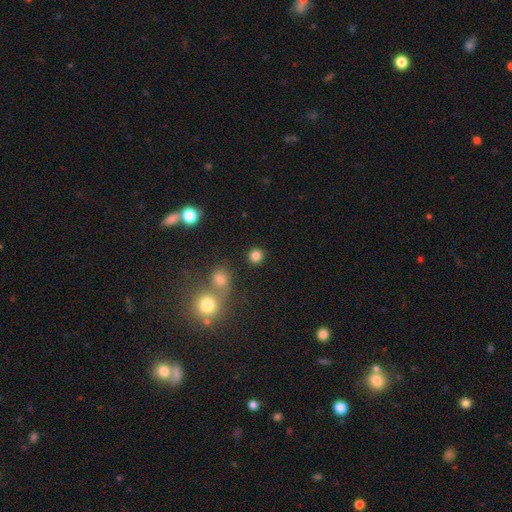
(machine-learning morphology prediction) Smooth or featured? Predicted: smooth (p=0.83). How rounded? Predicted: round (p=0.90). Merging? Predicted: none (p=0.86).